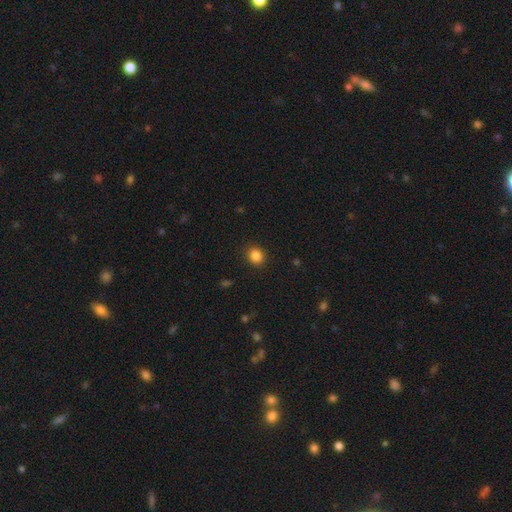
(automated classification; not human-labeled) Q: Smooth or featured?
A: smooth (86%); runner-up: star or artifact (11%)
Q: How rounded?
A: round (73%); runner-up: in between (27%)
Q: Merging?
A: none (90%); runner-up: minor disturbance (7%)